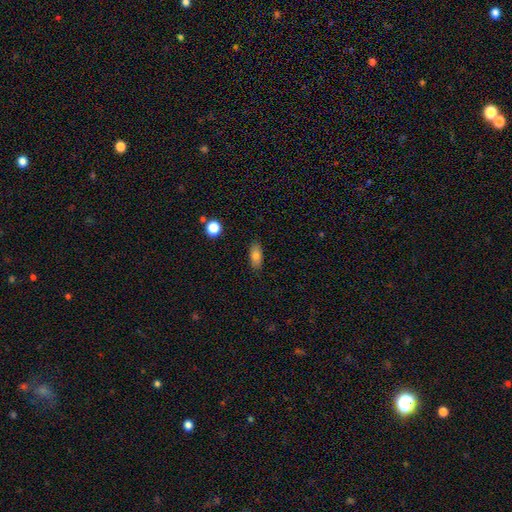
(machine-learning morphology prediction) This appears to be a smooth galaxy with no disk features (81%) that is in between round and cigar-shaped (84%). Merging: none (86%).